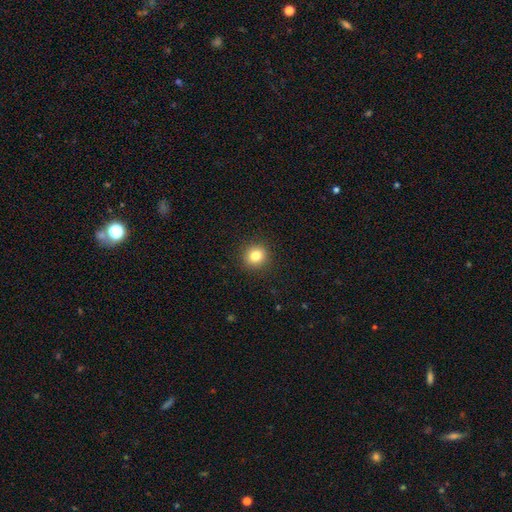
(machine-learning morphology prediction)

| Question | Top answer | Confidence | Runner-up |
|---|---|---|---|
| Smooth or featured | smooth | 82% | star or artifact (11%) |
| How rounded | round | 90% | in between (9%) |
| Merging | none | 91% | minor disturbance (6%) |